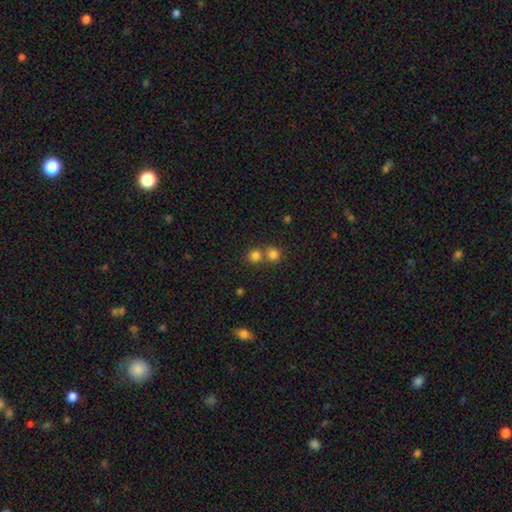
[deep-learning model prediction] Overall: smooth (79%). How rounded: round (89%). Merging: none (55%; merger 37%).